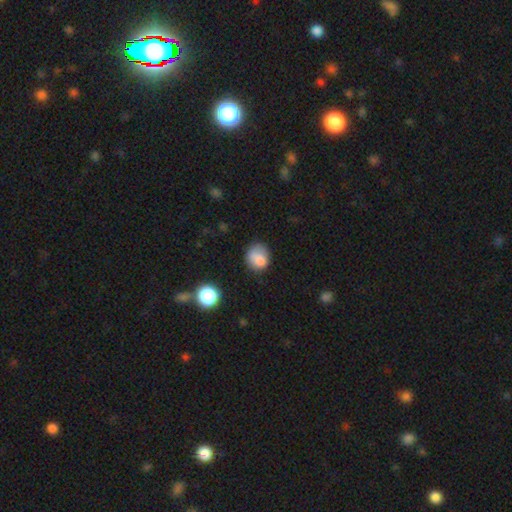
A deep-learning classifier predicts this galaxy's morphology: This appears to be a smooth galaxy with no disk features (80%) that is round (70%). Merging: none (61%).